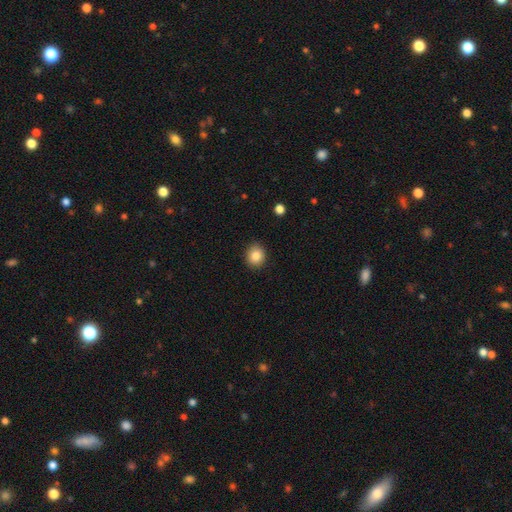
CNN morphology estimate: smooth-or-featured: smooth: 86% | star or artifact: 9% | featured or disk: 5%
  how-rounded: round: 75% | in between: 24% | cigar-shaped: 1%
  merging: none: 88% | minor disturbance: 9% | major disturbance: 2% | merger: 1%